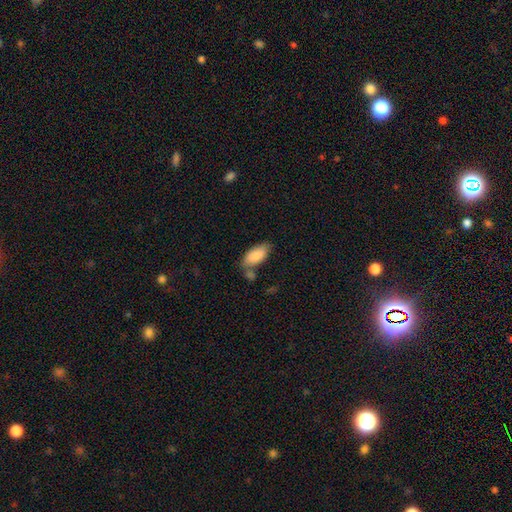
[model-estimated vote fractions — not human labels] A smooth galaxy with no disk features (87%) that is in between round and cigar-shaped (90%).

Vote fractions:
- Smooth or featured? smooth: 87% / featured or disk: 7% / star or artifact: 6%
- How rounded? in between: 90% / cigar-shaped: 8% / round: 2%
- Merging? none: 56% / minor disturbance: 20% / merger: 18% / major disturbance: 6%